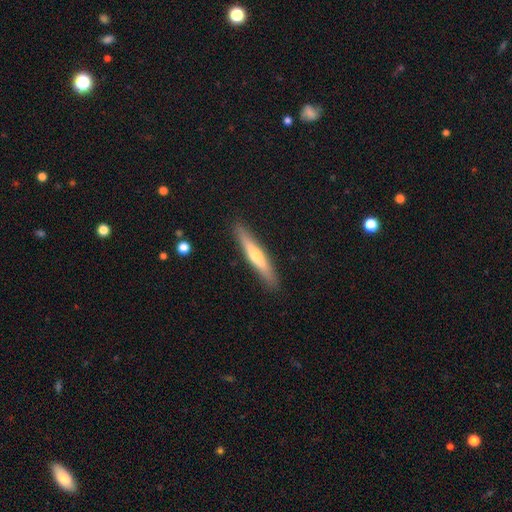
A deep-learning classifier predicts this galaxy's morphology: A featured or disk galaxy (50%) viewed edge-on (93%). Merging: none (90%).